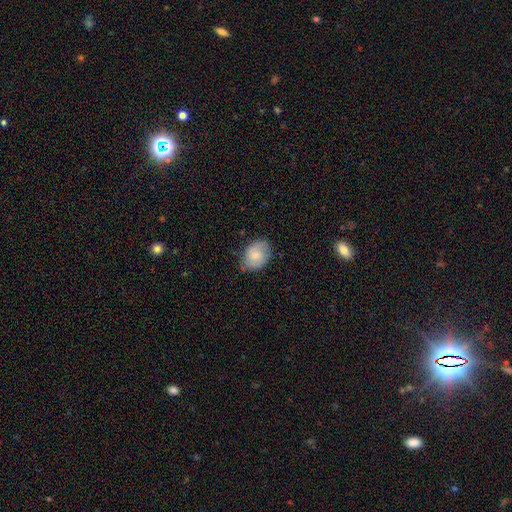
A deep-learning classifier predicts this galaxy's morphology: smooth-or-featured: smooth: 59% | featured or disk: 34% | star or artifact: 7%
  how-rounded: in between: 70% | round: 29% | cigar-shaped: 1%
  merging: none: 71% | minor disturbance: 23% | major disturbance: 5% | merger: 1%